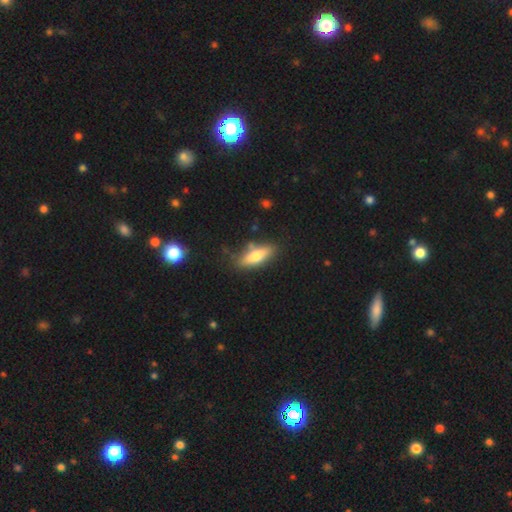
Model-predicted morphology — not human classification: Smooth or featured?
  - smooth: 65% *
  - featured or disk: 29%
  - star or artifact: 6%
How rounded?
  - in between: 56% *
  - cigar-shaped: 41%
  - round: 3%
Merging?
  - none: 76% *
  - minor disturbance: 16%
  - merger: 4%
  - major disturbance: 4%